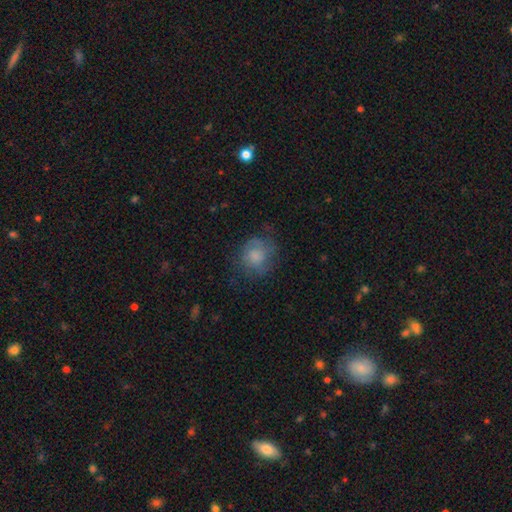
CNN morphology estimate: smooth_or_featured: smooth (p=0.66) [alt: featured or disk p=0.24]
how_rounded: round (p=0.77) [alt: in between p=0.22]
merging: none (p=0.62) [alt: minor disturbance p=0.23]